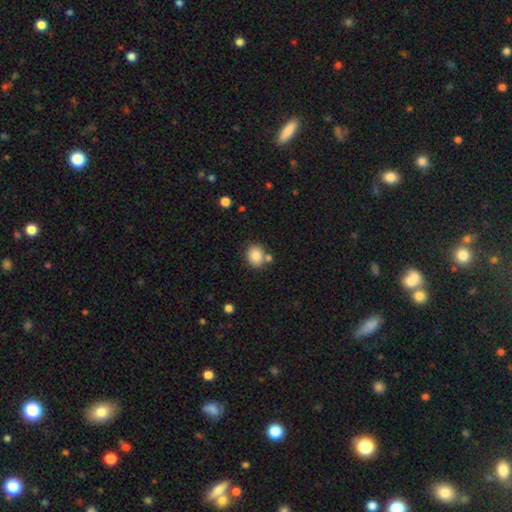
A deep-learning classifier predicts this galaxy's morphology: Smooth or featured?
  - smooth: 84% *
  - star or artifact: 9%
  - featured or disk: 7%
How rounded?
  - round: 65% *
  - in between: 34%
  - cigar-shaped: 1%
Merging?
  - none: 72% *
  - merger: 14%
  - minor disturbance: 11%
  - major disturbance: 3%